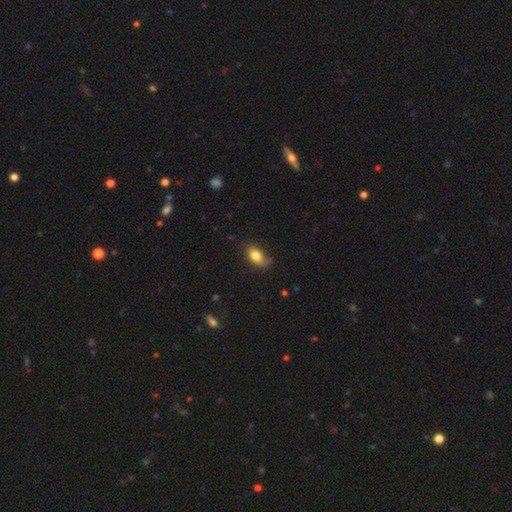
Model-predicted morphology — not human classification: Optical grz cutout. It shows a smooth galaxy with no disk features (80%) that is in between round and cigar-shaped (87%). Merging: none (60%).